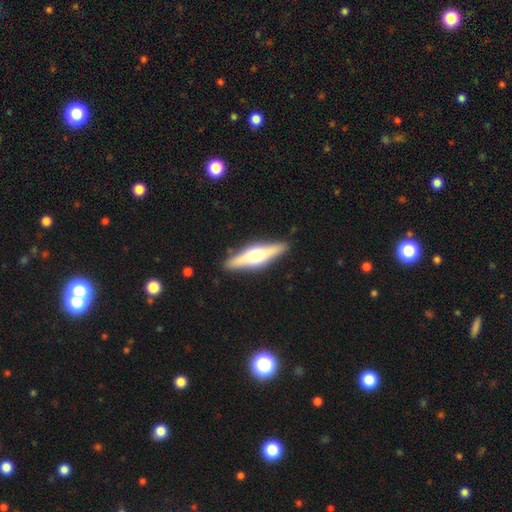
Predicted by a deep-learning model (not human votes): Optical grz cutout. It shows a featured or disk galaxy (61%) viewed edge-on (95%) with a rounded central bulge (93%). Merging: none (88%).